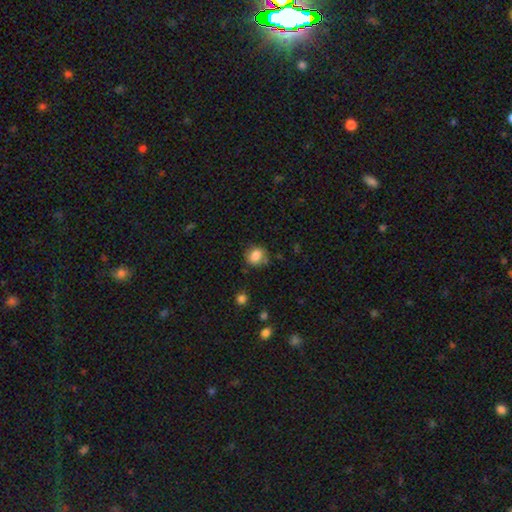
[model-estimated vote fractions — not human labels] Morphology: type=smooth (83%); roundness=round (70%); merging=none (74%).